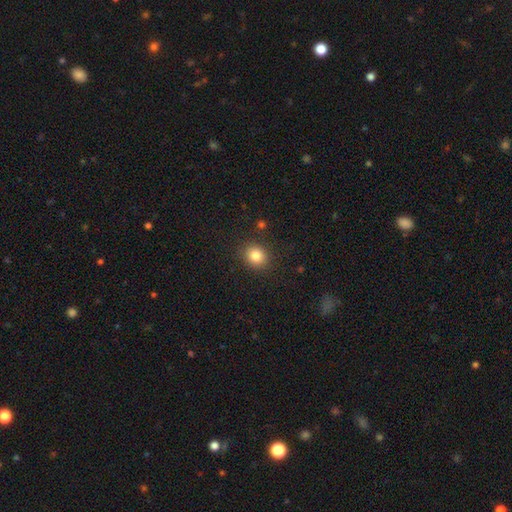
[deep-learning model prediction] Q: Smooth or featured?
A: smooth (83%); runner-up: star or artifact (11%)
Q: How rounded?
A: round (77%); runner-up: in between (22%)
Q: Merging?
A: none (88%); runner-up: minor disturbance (8%)